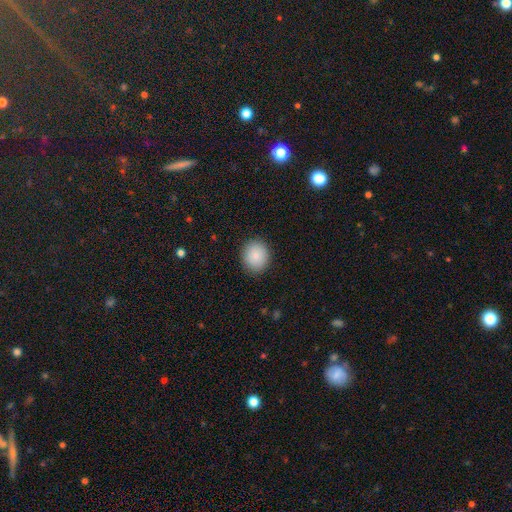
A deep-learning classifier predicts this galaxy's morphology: Smooth or featured?
  - smooth: 87% *
  - star or artifact: 8%
  - featured or disk: 5%
How rounded?
  - round: 77% *
  - in between: 22%
  - cigar-shaped: 1%
Merging?
  - none: 89% *
  - minor disturbance: 8%
  - major disturbance: 2%
  - merger: 1%